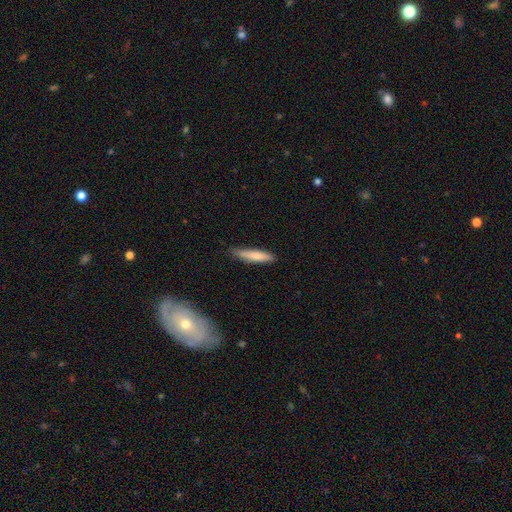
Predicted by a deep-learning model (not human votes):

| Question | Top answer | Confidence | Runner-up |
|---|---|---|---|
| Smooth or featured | smooth | 78% | featured or disk (17%) |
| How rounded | cigar-shaped | 85% | in between (13%) |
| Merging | none | 76% | minor disturbance (20%) |